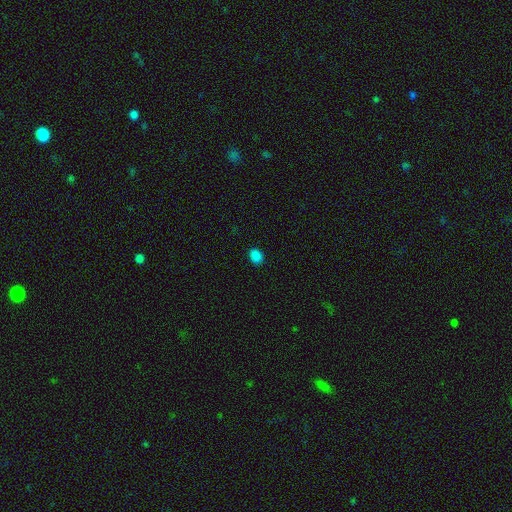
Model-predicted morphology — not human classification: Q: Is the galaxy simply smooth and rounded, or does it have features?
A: smooth — 85%.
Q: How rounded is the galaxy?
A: in between — 60%.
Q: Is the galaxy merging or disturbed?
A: none — 89%.